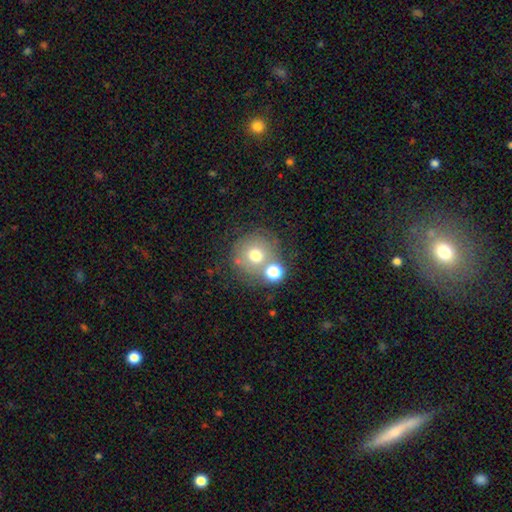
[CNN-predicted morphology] Smooth or featured?
  - smooth: 66% *
  - featured or disk: 20%
  - star or artifact: 14%
How rounded?
  - round: 92% *
  - in between: 7%
  - cigar-shaped: 1%
Merging?
  - none: 59% *
  - merger: 23%
  - minor disturbance: 12%
  - major disturbance: 7%